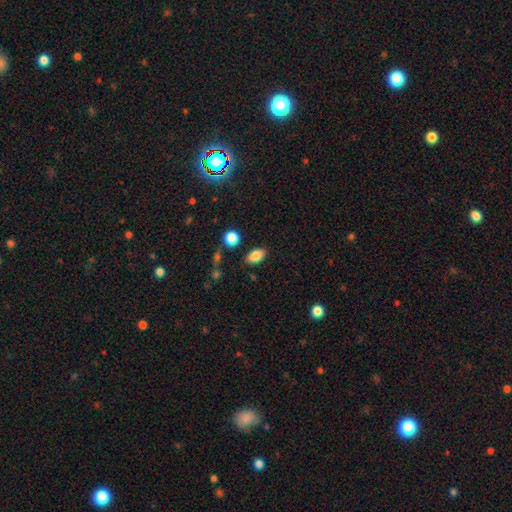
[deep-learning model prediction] Morphology: type=smooth (85%); roundness=in between (89%); merging=none (84%).